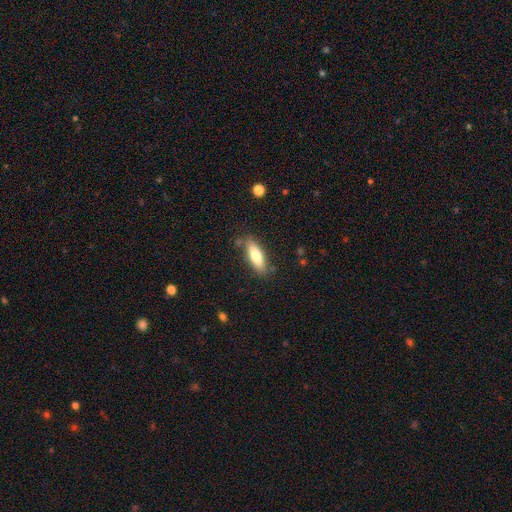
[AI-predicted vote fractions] The model was most divided on "how rounded": in between: 54%, cigar-shaped: 44%, round: 2%. More confident: merging — none (79%); smooth or featured — smooth (72%).